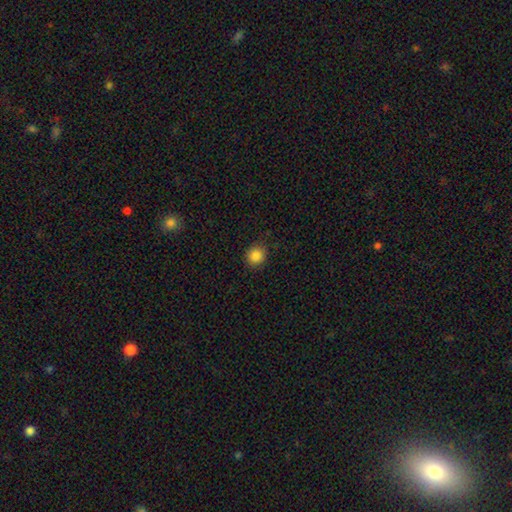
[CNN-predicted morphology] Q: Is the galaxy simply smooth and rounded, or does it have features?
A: smooth — 86%.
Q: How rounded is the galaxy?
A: round — 86%.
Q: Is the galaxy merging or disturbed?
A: none — 88%.